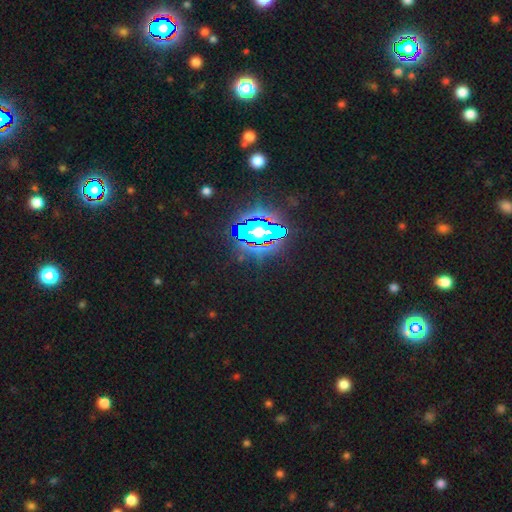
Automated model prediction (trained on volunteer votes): A star or artifact, not a galaxy (80%).